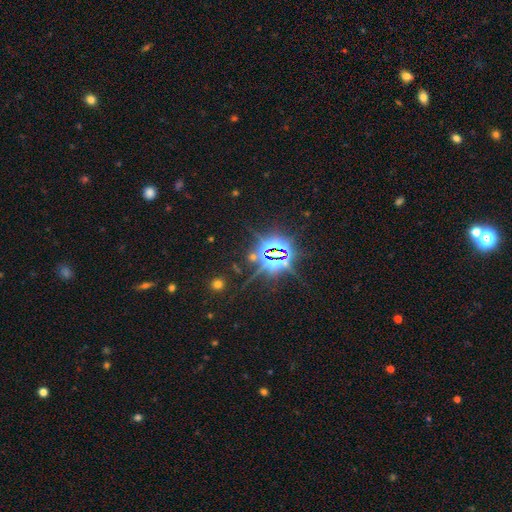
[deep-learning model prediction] Smooth or featured?
  - star or artifact: 84% *
  - smooth: 8%
  - featured or disk: 8%